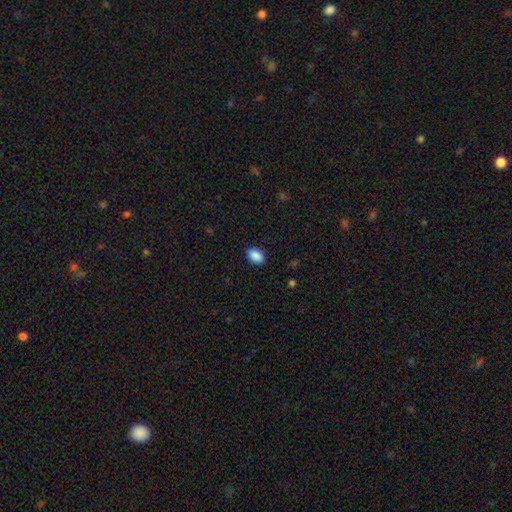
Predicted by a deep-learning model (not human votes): Q: Smooth or featured?
A: smooth (90%); runner-up: star or artifact (7%)
Q: How rounded?
A: in between (88%); runner-up: round (11%)
Q: Merging?
A: none (89%); runner-up: minor disturbance (8%)